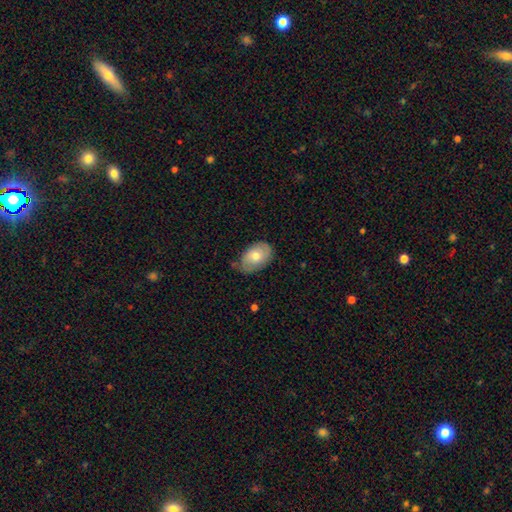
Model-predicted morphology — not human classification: This appears to be a smooth galaxy with no disk features (70%) that is in between round and cigar-shaped (87%). Merging: none (63%).